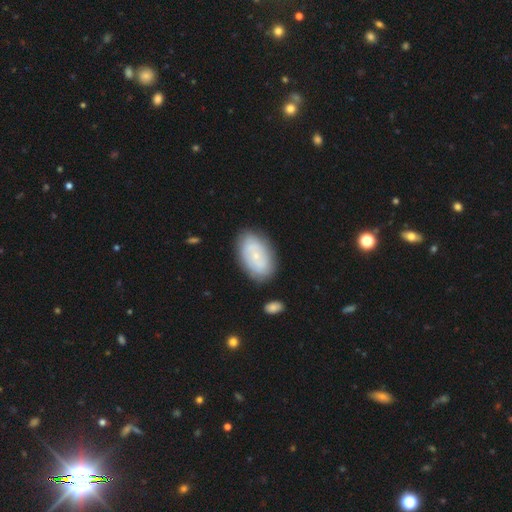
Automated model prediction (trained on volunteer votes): Smooth or featured: featured or disk — 49% (smooth — 45%)
Merging: none — 77% (minor disturbance — 15%)